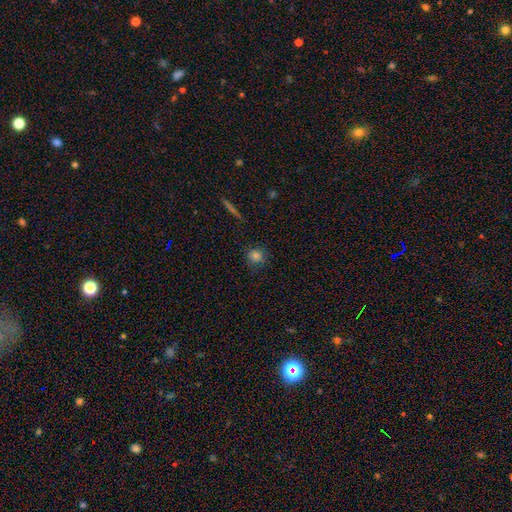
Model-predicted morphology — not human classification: Smooth or featured?
  - smooth: 82% *
  - star or artifact: 13%
  - featured or disk: 6%
How rounded?
  - round: 92% *
  - in between: 7%
  - cigar-shaped: 1%
Merging?
  - none: 84% *
  - minor disturbance: 11%
  - major disturbance: 3%
  - merger: 2%